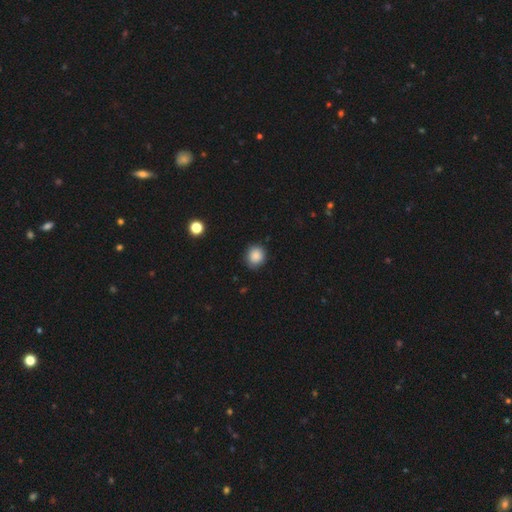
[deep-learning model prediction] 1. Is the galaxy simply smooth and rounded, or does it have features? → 87% smooth, 9% star or artifact, 4% featured or disk.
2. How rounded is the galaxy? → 81% round, 18% in between, 1% cigar-shaped.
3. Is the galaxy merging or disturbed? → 84% none, 13% minor disturbance, 2% major disturbance, 1% merger.